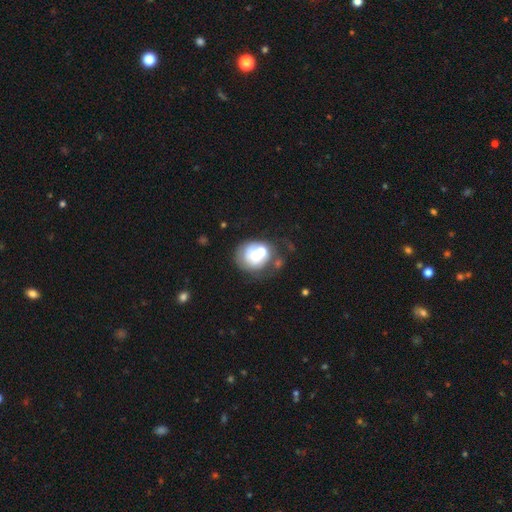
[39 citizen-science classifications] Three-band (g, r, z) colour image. It shows a smooth galaxy with no disk features (67%) that is round (77%). Merging: merger (49%).